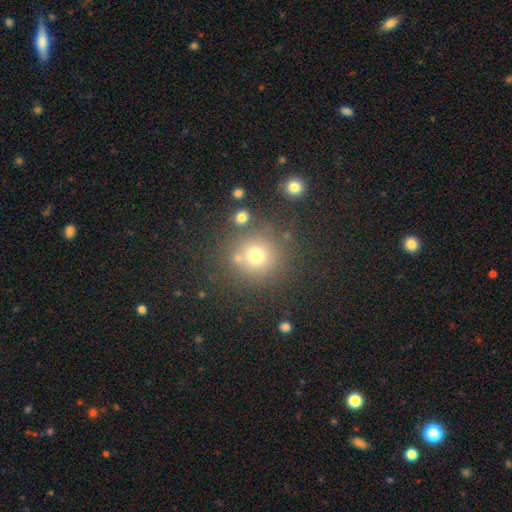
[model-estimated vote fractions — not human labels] smooth_or_featured: smooth (p=0.70) [alt: star or artifact p=0.20]
how_rounded: round (p=0.93) [alt: in between p=0.06]
merging: none (p=0.77) [alt: minor disturbance p=0.09]